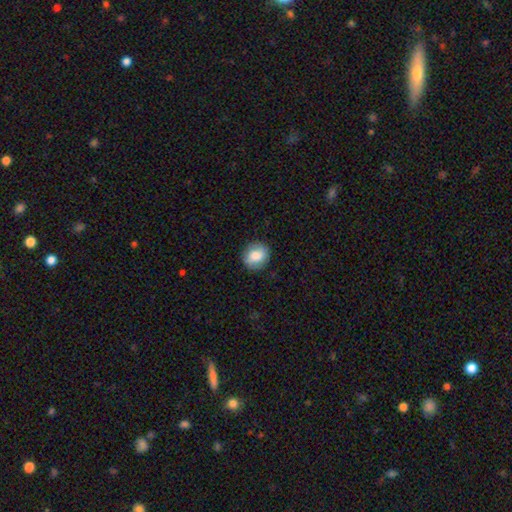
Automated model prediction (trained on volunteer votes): Smooth or featured? smooth (74%)
How rounded? round (75%)
Merging? none (86%)